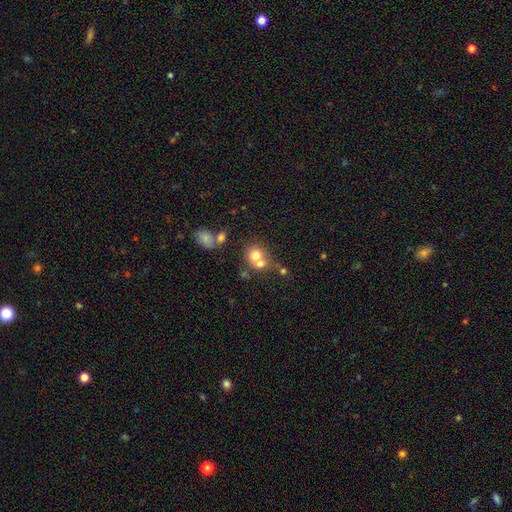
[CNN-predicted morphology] type=smooth (71%); roundness=round (81%); merging=merger (53%).